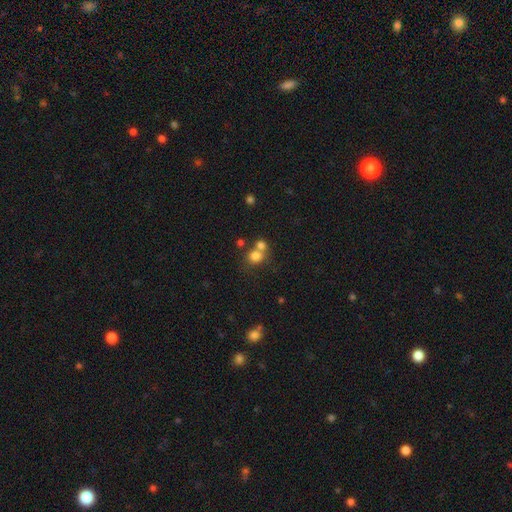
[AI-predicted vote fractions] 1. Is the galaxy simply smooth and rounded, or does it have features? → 77% smooth, 13% star or artifact, 10% featured or disk.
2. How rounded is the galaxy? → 78% round, 21% in between, 1% cigar-shaped.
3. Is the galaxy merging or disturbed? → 45% merger, 44% none, 7% minor disturbance, 4% major disturbance.